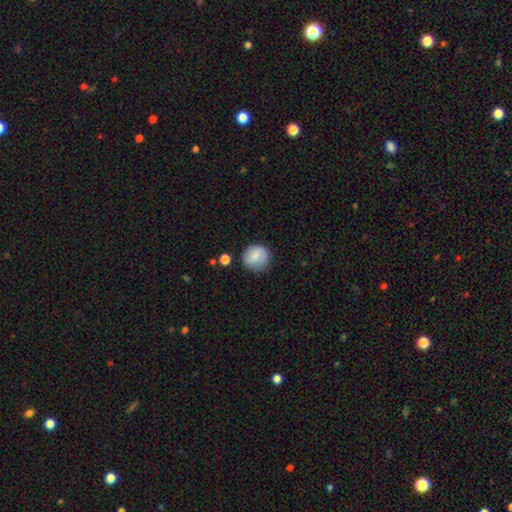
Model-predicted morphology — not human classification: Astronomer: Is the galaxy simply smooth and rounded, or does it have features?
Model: smooth — 85%.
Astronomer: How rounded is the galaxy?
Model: round — 89%.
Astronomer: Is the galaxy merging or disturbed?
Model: none — 79%.